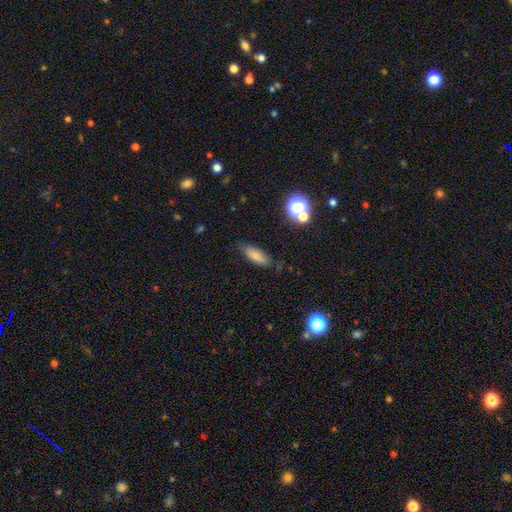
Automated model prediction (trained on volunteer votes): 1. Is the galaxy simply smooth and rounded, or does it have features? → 78% smooth, 12% featured or disk, 10% star or artifact.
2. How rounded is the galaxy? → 66% in between, 31% cigar-shaped, 3% round.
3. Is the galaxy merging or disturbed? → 78% none, 16% minor disturbance, 4% major disturbance, 2% merger.